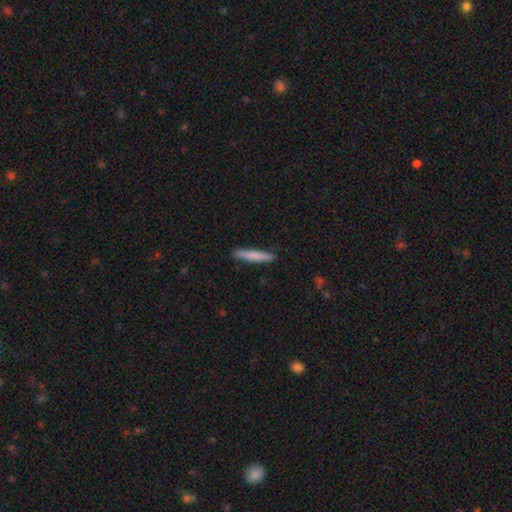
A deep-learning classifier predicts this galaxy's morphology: Q: Smooth or featured?
A: smooth (77%); runner-up: featured or disk (18%)
Q: How rounded?
A: cigar-shaped (94%); runner-up: in between (5%)
Q: Merging?
A: none (88%); runner-up: minor disturbance (9%)